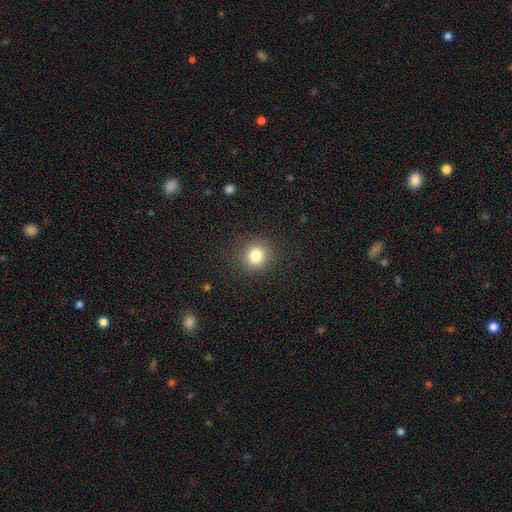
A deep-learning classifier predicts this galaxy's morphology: Q: Smooth or featured?
A: smooth (82%); runner-up: star or artifact (12%)
Q: How rounded?
A: round (92%); runner-up: in between (8%)
Q: Merging?
A: none (90%); runner-up: minor disturbance (6%)